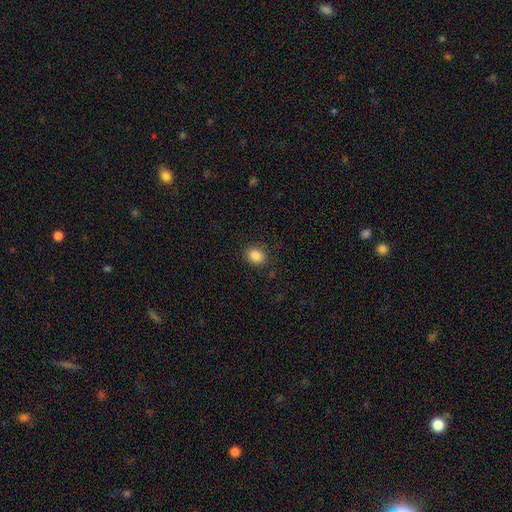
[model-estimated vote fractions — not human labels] smooth-or-featured: smooth: 87% | star or artifact: 9% | featured or disk: 4%
  how-rounded: in between: 62% | round: 37% | cigar-shaped: 1%
  merging: none: 86% | minor disturbance: 10% | major disturbance: 3% | merger: 1%